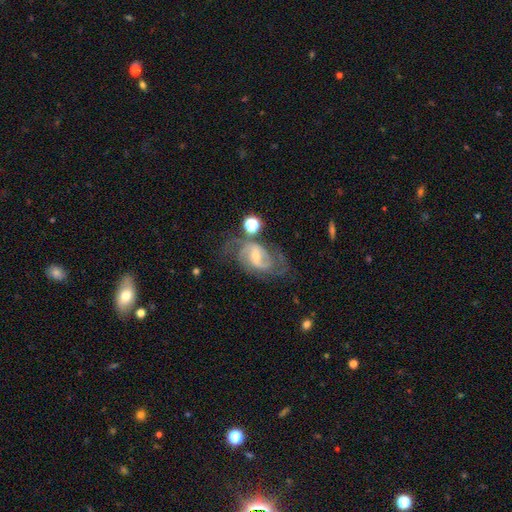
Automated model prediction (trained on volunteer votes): Morphology: type=featured or disk (83%); edge-on=no (96%); bar=weak (50%); spiral arms=yes (94%); winding=medium (49%); arm count=2 (64%); bulge=small (61%); merging=none (55%).